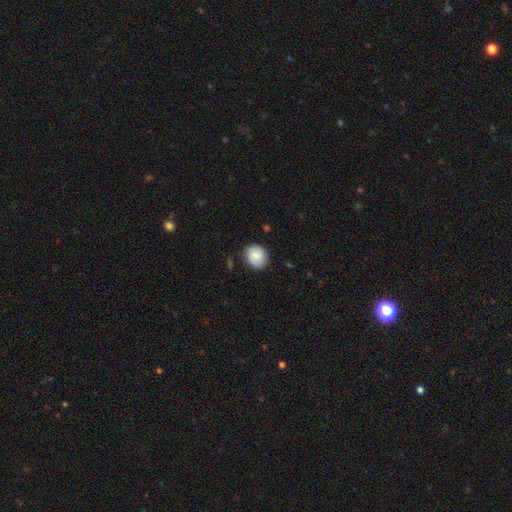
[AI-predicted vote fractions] A smooth galaxy with no disk features (64%) that is round (70%).

Vote fractions:
- Smooth or featured? smooth: 64% / featured or disk: 29% / star or artifact: 7%
- How rounded? round: 70% / in between: 30% / cigar-shaped: 1%
- Merging? none: 79% / minor disturbance: 16% / major disturbance: 4% / merger: 1%